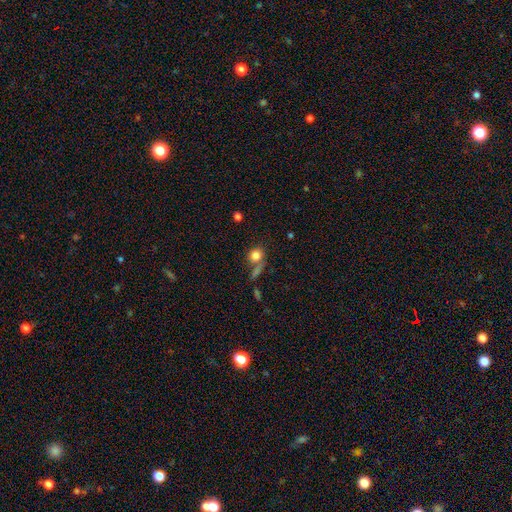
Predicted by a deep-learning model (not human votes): Smooth or featured?
  - smooth: 80% *
  - star or artifact: 11%
  - featured or disk: 9%
How rounded?
  - round: 77% *
  - in between: 21%
  - cigar-shaped: 2%
Merging?
  - none: 54% *
  - merger: 24%
  - minor disturbance: 13%
  - major disturbance: 9%